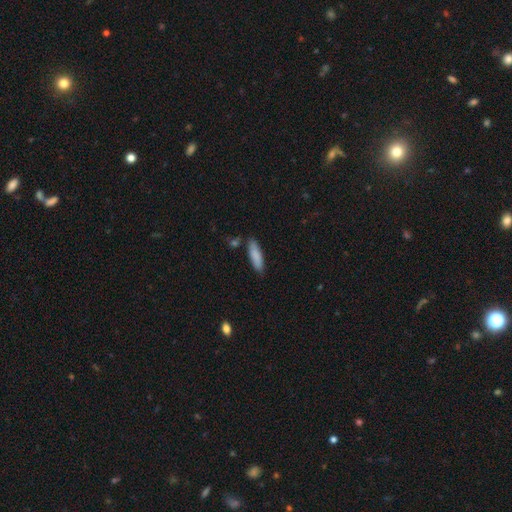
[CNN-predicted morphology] Smooth or featured: smooth — 85% (featured or disk — 9%)
How rounded: cigar-shaped — 52% (in between — 47%)
Merging: none — 81% (minor disturbance — 13%)